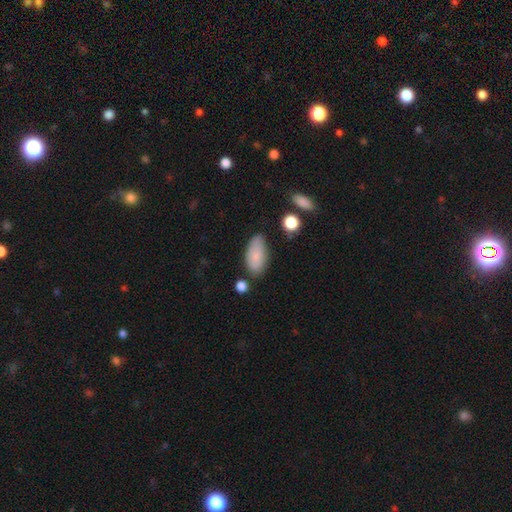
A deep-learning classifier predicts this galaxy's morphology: type=smooth (80%); roundness=in between (92%); merging=none (68%).